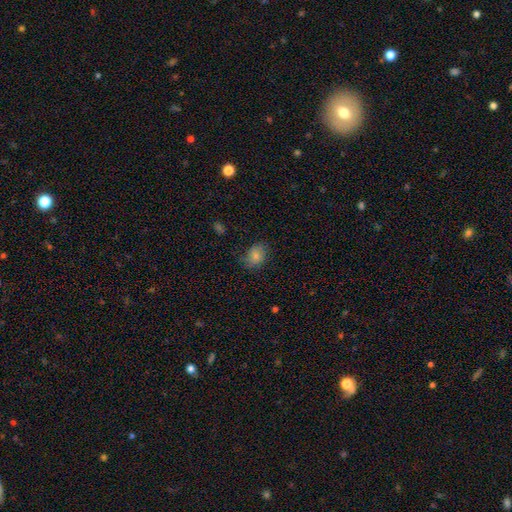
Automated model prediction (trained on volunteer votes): Smooth or featured? Predicted: smooth (p=0.78). How rounded? Predicted: in between (p=0.65). Merging? Predicted: none (p=0.67).